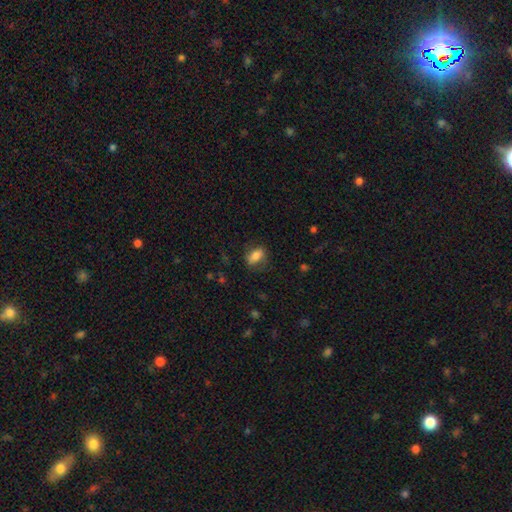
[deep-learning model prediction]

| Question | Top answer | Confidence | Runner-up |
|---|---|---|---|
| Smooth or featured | smooth | 77% | featured or disk (15%) |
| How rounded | in between | 84% | round (12%) |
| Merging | none | 71% | minor disturbance (19%) |